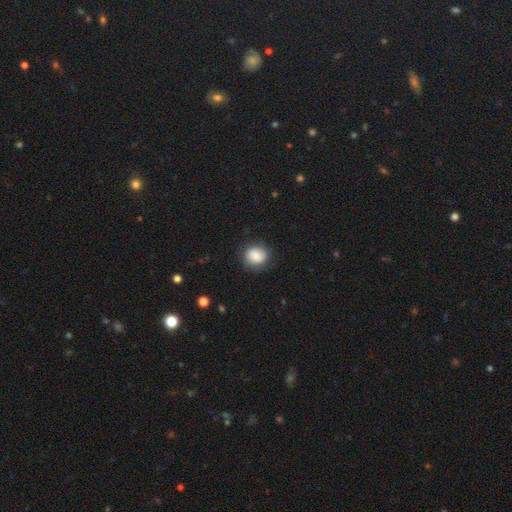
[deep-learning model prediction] Smooth or featured?
  - smooth: 81% *
  - featured or disk: 11%
  - star or artifact: 8%
How rounded?
  - round: 72% *
  - in between: 27%
  - cigar-shaped: 1%
Merging?
  - none: 77% *
  - minor disturbance: 16%
  - major disturbance: 6%
  - merger: 1%